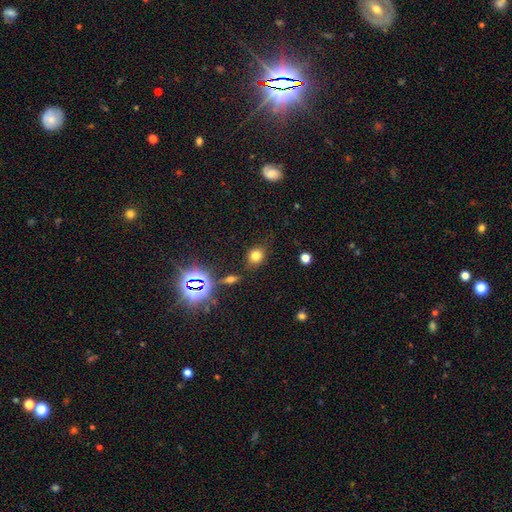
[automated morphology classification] This appears to be a smooth galaxy with no disk features (73%) that is round (67%). Merging: none (75%).